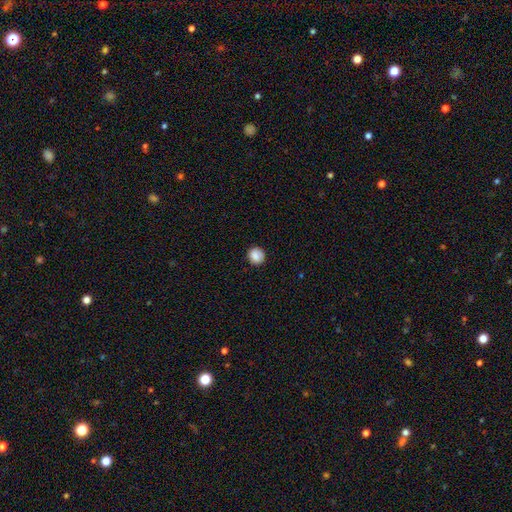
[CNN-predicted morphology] smooth_or_featured: smooth (p=0.87) [alt: star or artifact p=0.09]
how_rounded: round (p=0.91) [alt: in between p=0.08]
merging: none (p=0.88) [alt: minor disturbance p=0.09]